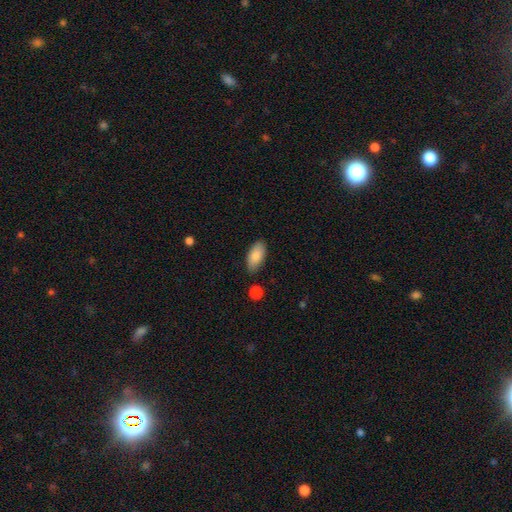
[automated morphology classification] smooth_or_featured: smooth (p=0.85) [alt: featured or disk p=0.09]
how_rounded: in between (p=0.92) [alt: cigar-shaped p=0.06]
merging: none (p=0.83) [alt: minor disturbance p=0.12]